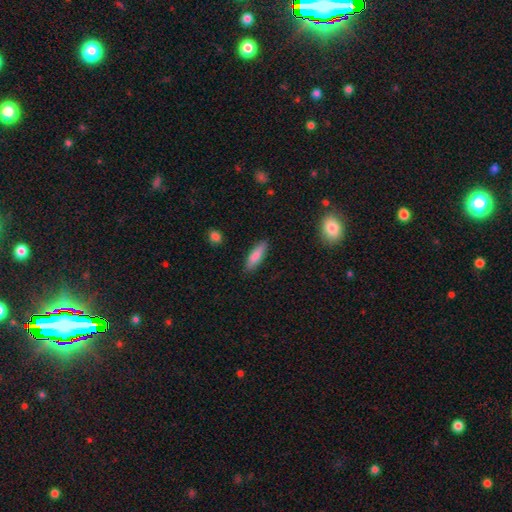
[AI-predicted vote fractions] A smooth galaxy with no disk features (81%) that is cigar-shaped (63%). Merging: none (87%).